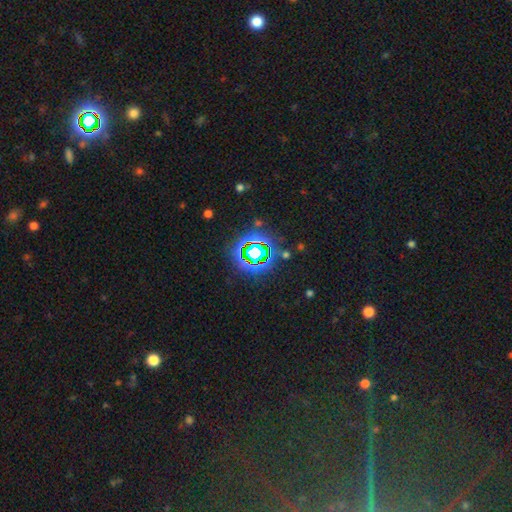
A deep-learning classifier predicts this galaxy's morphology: Smooth or featured: star or artifact — 77% (smooth — 14%)